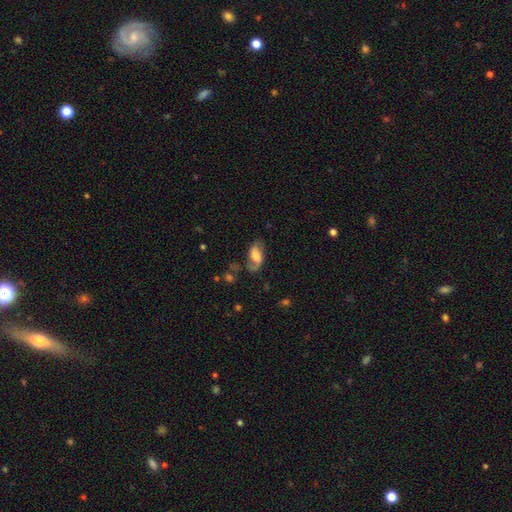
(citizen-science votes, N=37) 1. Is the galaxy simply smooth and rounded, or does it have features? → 62% featured or disk, 38% smooth, 0% star or artifact.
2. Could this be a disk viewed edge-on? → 100% no, 0% yes.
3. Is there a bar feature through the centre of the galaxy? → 57% no, 26% weak, 17% strong.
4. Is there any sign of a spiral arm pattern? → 91% yes, 9% no.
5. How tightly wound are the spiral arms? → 71% loose, 24% medium, 5% tight.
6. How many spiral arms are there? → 57% 2, 43% 1, 0% 3, 0% 4, 0% more than 4, 0% can't tell.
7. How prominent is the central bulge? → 39% moderate, 22% large, 17% none, 13% small, 9% dominant.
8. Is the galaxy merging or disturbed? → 54% none, 24% minor disturbance, 19% major disturbance, 3% merger.